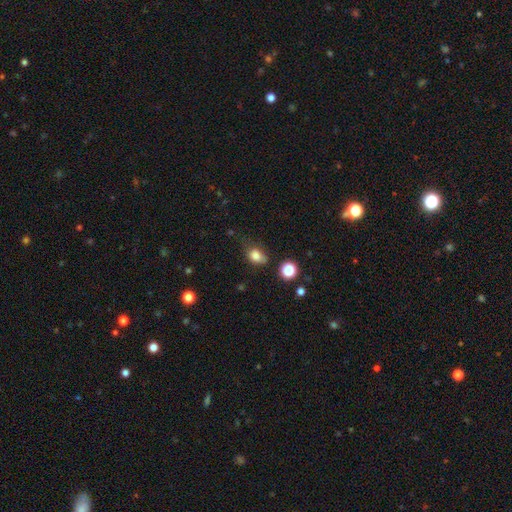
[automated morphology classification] Overall: smooth (80%). How rounded: in between (59%; round 40%). Merging: none (48%; minor disturbance 34%).